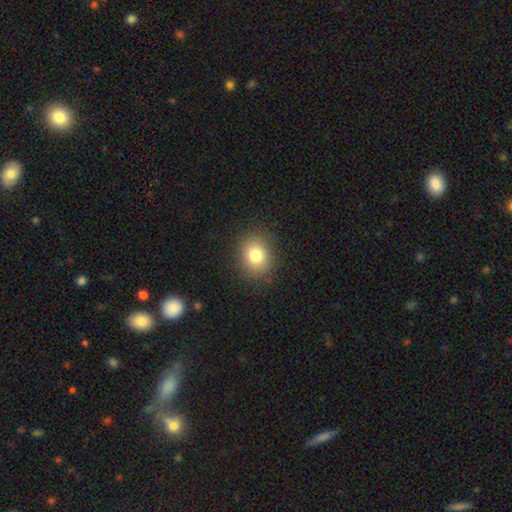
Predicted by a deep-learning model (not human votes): A smooth galaxy with no disk features (81%) that is round (65%).

Vote fractions:
- Smooth or featured? smooth: 81% / star or artifact: 11% / featured or disk: 8%
- How rounded? round: 65% / in between: 34% / cigar-shaped: 1%
- Merging? none: 90% / minor disturbance: 7% / major disturbance: 2% / merger: 1%